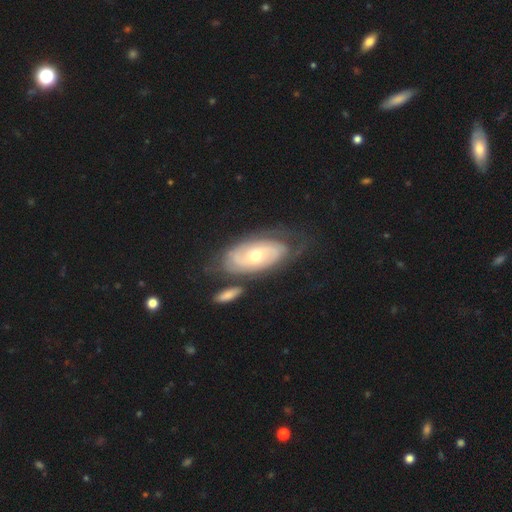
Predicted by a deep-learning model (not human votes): Smooth or featured? Predicted: featured or disk (p=0.80). Edge-on disk? Predicted: no (p=0.94). Bar? Predicted: no (p=0.71). Spiral arms? Predicted: yes (p=0.90). Spiral winding? Predicted: tight (p=0.71). Spiral arm count? Predicted: can't tell (p=0.40, tied with 2). Bulge size? Predicted: moderate (p=0.57). Merging? Predicted: none (p=0.60).